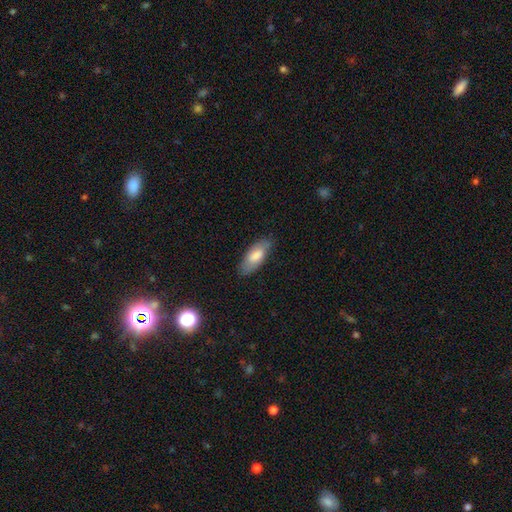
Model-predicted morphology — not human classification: This appears to be a smooth galaxy with no disk features (74%) that is in between round and cigar-shaped (80%). Merging: none (80%).